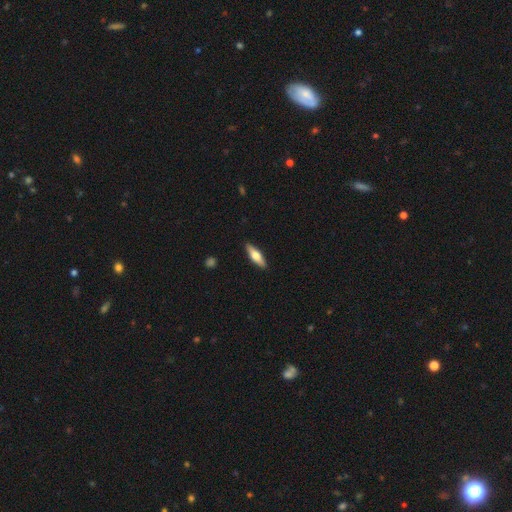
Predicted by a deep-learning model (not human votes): smooth_or_featured: smooth (p=0.54) [alt: featured or disk p=0.40]
how_rounded: cigar-shaped (p=0.55) [alt: in between p=0.43]
merging: none (p=0.90) [alt: minor disturbance p=0.08]